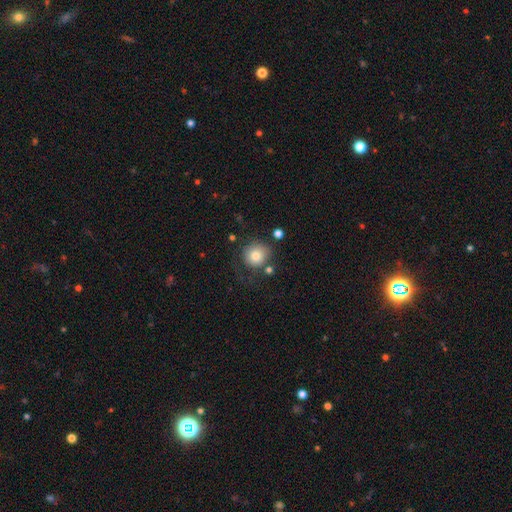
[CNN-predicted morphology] Smooth or featured? Predicted: smooth (p=0.80). How rounded? Predicted: round (p=0.90). Merging? Predicted: none (p=0.70).